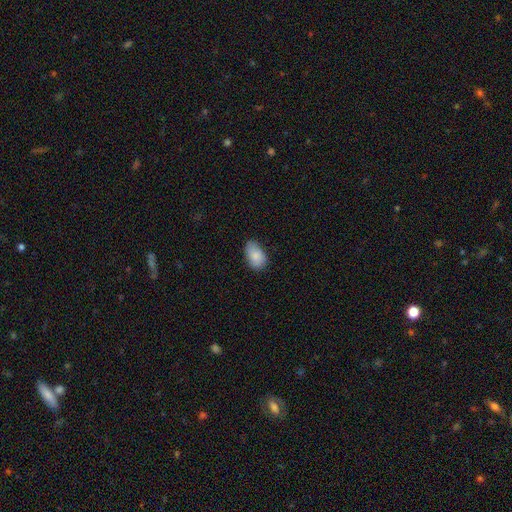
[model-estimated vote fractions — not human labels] The model was most divided on "merging": none: 70%, minor disturbance: 25%, major disturbance: 4%, merger: 1%. More confident: how rounded — in between (91%); smooth or featured — smooth (85%).